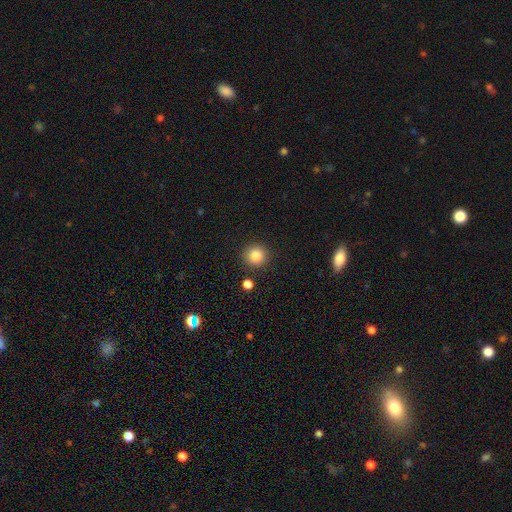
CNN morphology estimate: type=smooth (85%); roundness=round (93%); merging=none (88%).